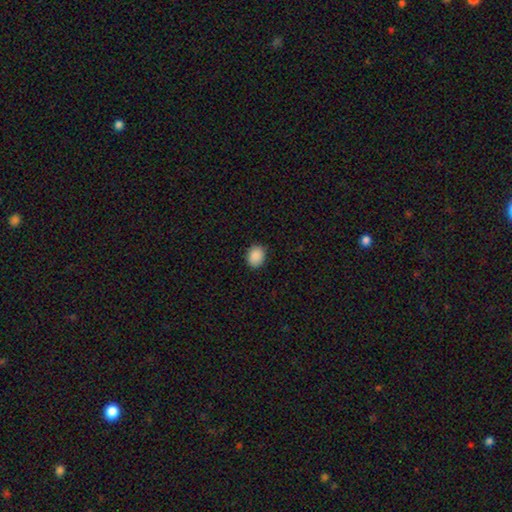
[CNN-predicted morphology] smooth 90%, star or artifact 8%, featured or disk 2%. Down the decision tree: how rounded — in between (56%); merging — none (88%).